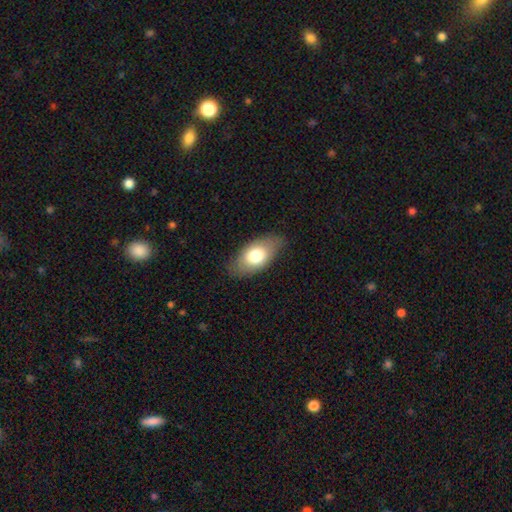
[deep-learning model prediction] Overall: smooth (71%). How rounded: in between (92%). Merging: none (78%).